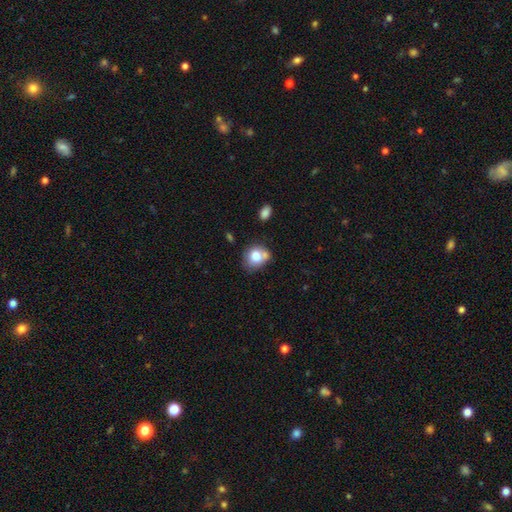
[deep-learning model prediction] Smooth or featured? Predicted: smooth (p=0.76). How rounded? Predicted: round (p=0.64). Merging? Predicted: none (p=0.46).